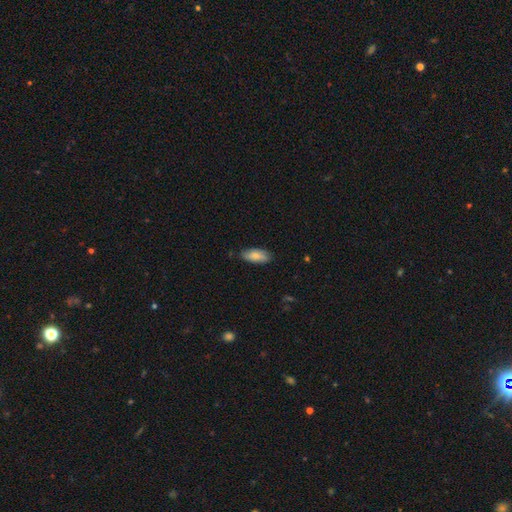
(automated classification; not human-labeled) Morphology: type=smooth (80%); roundness=in between (82%); merging=none (80%).